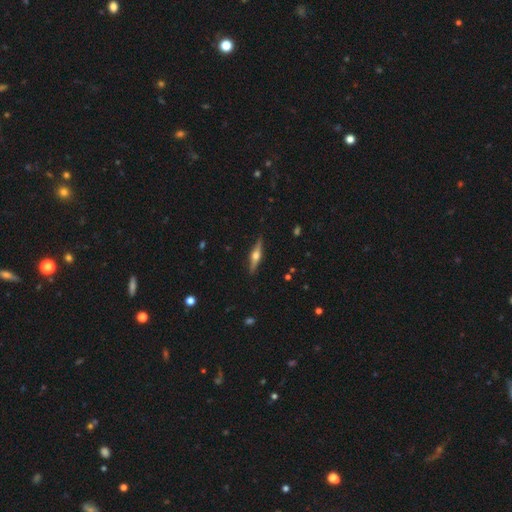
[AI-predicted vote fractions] A featured or disk galaxy (71%) viewed edge-on (97%) with a rounded central bulge (94%). Merging: none (90%).